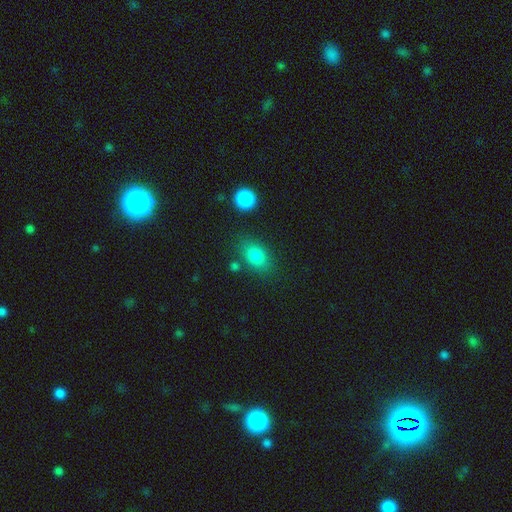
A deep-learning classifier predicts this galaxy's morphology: type=smooth (82%); roundness=in between (77%); merging=none (77%).